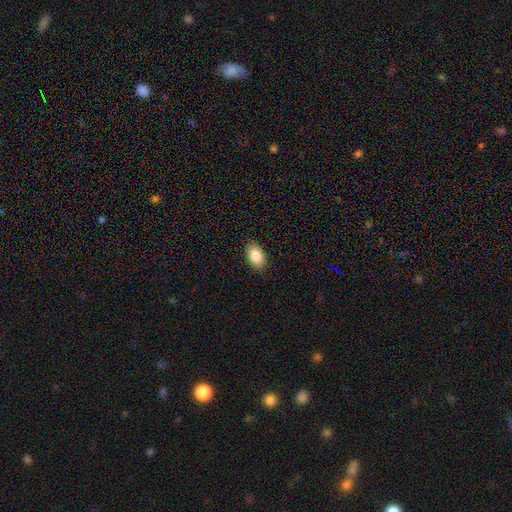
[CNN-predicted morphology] Smooth or featured? smooth (86%)
How rounded? in between (93%)
Merging? none (89%)